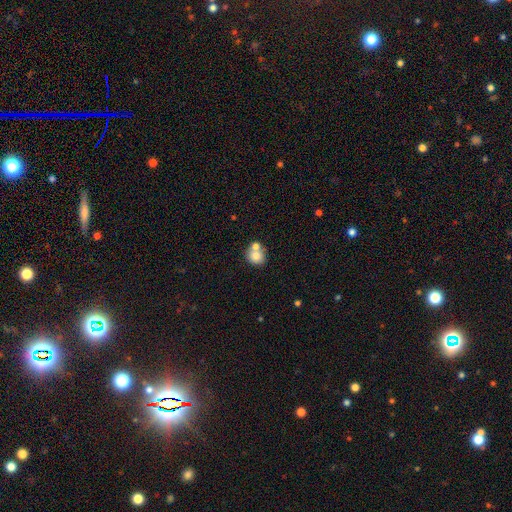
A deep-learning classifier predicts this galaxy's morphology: Smooth or featured?
  - smooth: 80% *
  - featured or disk: 11%
  - star or artifact: 9%
How rounded?
  - round: 83% *
  - in between: 16%
  - cigar-shaped: 1%
Merging?
  - none: 49% *
  - merger: 37%
  - minor disturbance: 10%
  - major disturbance: 4%